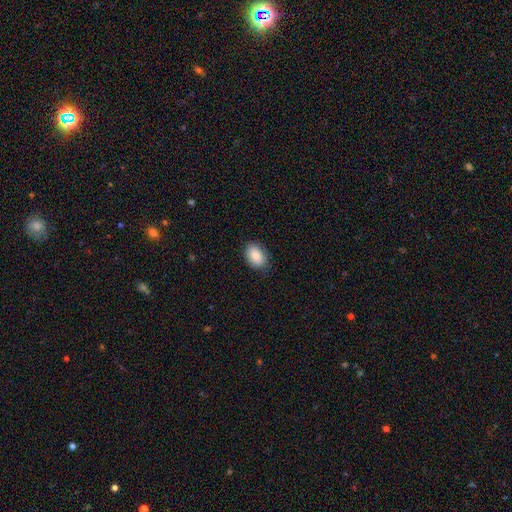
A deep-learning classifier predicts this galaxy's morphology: Smooth or featured?
  - smooth: 88% *
  - star or artifact: 7%
  - featured or disk: 5%
How rounded?
  - in between: 86% *
  - round: 13%
  - cigar-shaped: 1%
Merging?
  - none: 85% *
  - minor disturbance: 11%
  - major disturbance: 2%
  - merger: 1%